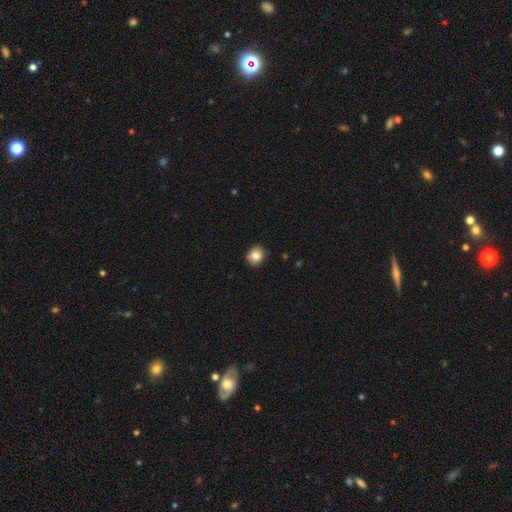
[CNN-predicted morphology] smooth-or-featured: smooth: 83% | star or artifact: 9% | featured or disk: 8%
  how-rounded: round: 60% | in between: 39% | cigar-shaped: 1%
  merging: none: 87% | minor disturbance: 10% | major disturbance: 2% | merger: 1%